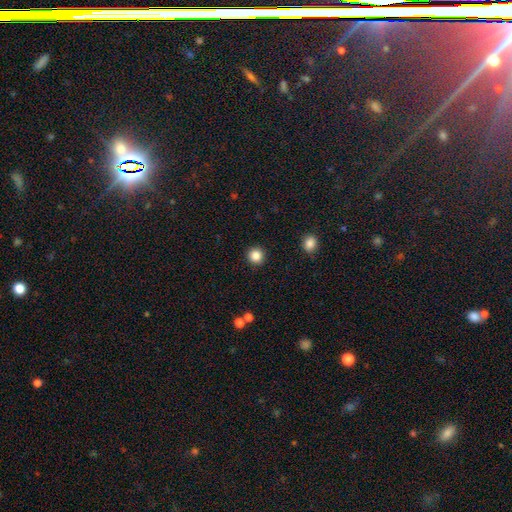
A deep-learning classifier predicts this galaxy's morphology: A smooth galaxy with no disk features (85%) that is round (95%). Merging: none (93%).